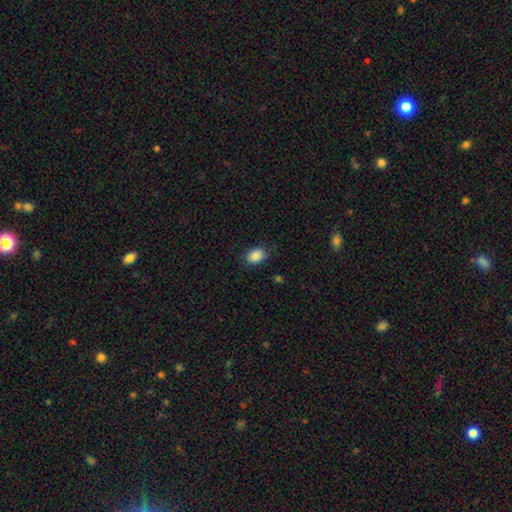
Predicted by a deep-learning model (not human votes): A smooth galaxy with no disk features (88%) that is in between round and cigar-shaped (75%). Merging: none (79%).